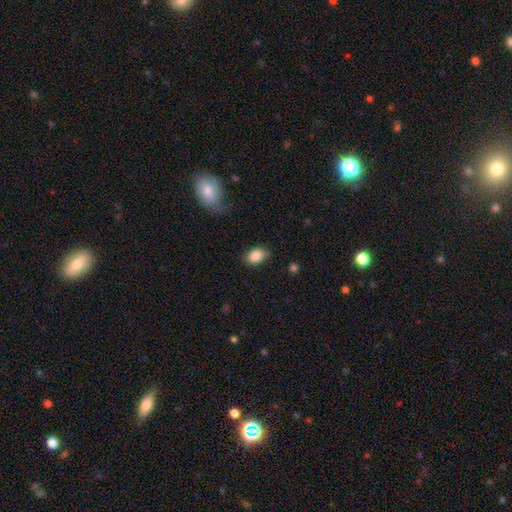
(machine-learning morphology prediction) Smooth or featured? Predicted: smooth (p=0.86). How rounded? Predicted: in between (p=0.80). Merging? Predicted: none (p=0.78).